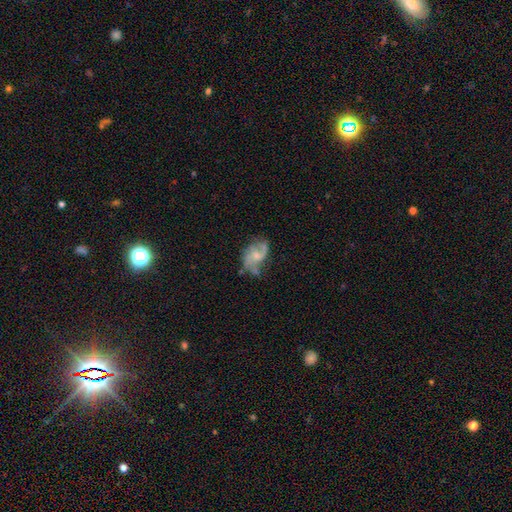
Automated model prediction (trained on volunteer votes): Morphology: type=featured or disk (75%); edge-on=no (98%); bar=no (58%); spiral arms=yes (89%); winding=loose (48%); arm count=2 (79%); bulge=small (45%); merging=none (50%).